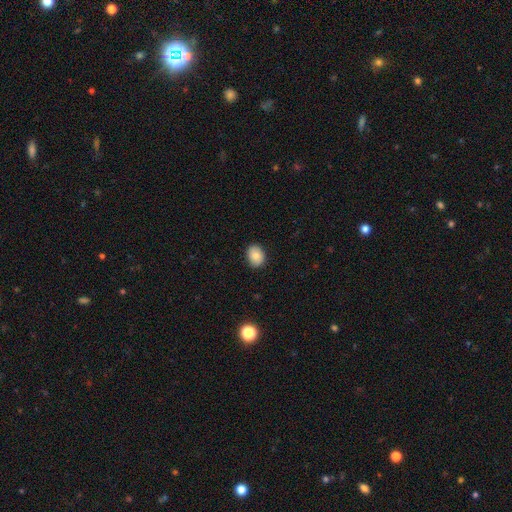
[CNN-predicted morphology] Smooth or featured? Predicted: smooth (p=0.82). How rounded? Predicted: in between (p=0.66). Merging? Predicted: none (p=0.88).